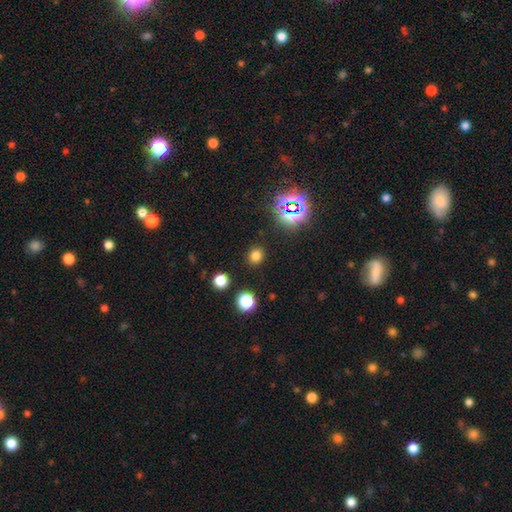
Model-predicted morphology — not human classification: smooth 74%, star or artifact 21%, featured or disk 5%. Down the decision tree: how rounded — round (75%); merging — none (88%).